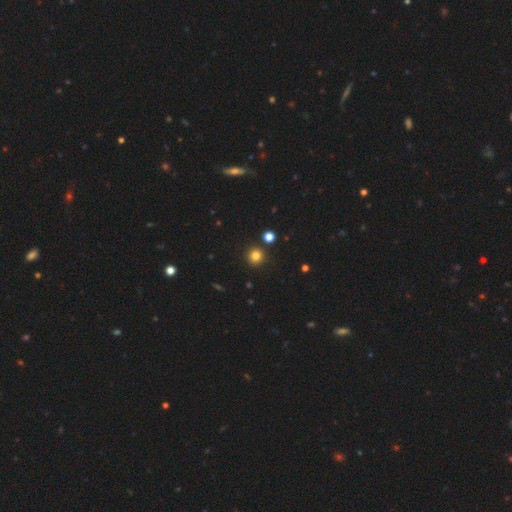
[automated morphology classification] Smooth or featured?
  - smooth: 81% *
  - star or artifact: 14%
  - featured or disk: 5%
How rounded?
  - round: 94% *
  - in between: 5%
  - cigar-shaped: 1%
Merging?
  - none: 89% *
  - minor disturbance: 5%
  - merger: 4%
  - major disturbance: 2%